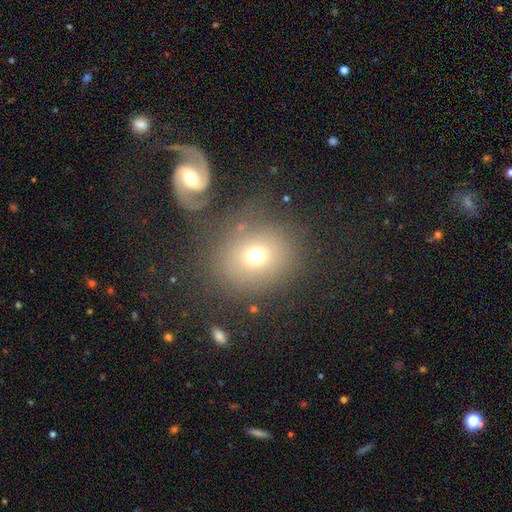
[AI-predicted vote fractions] This appears to be a smooth galaxy with no disk features (68%) that is round (77%). Merging: none (69%).